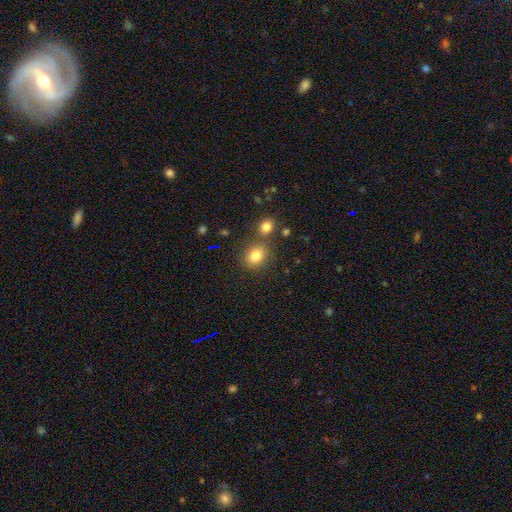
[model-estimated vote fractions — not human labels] A smooth galaxy with no disk features (81%) that is round (57%). Merging: none (71%).